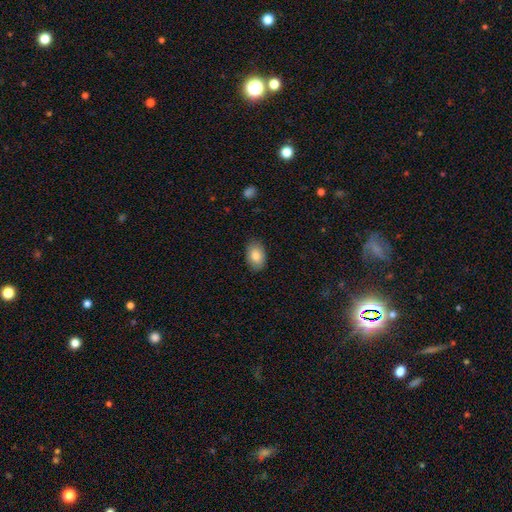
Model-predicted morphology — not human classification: type=smooth (85%); roundness=in between (86%); merging=none (85%).